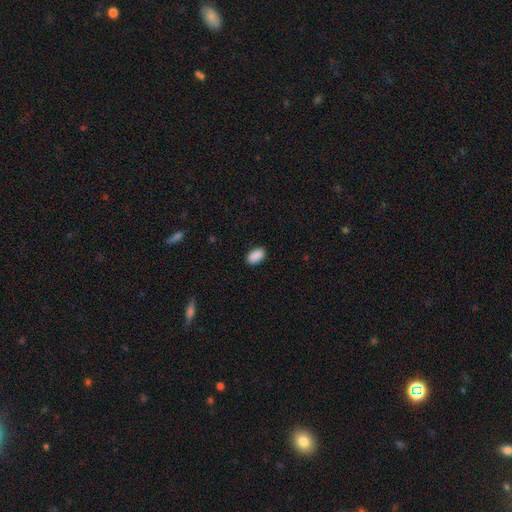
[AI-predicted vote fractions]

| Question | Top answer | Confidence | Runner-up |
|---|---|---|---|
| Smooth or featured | smooth | 90% | star or artifact (7%) |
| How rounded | in between | 92% | round (6%) |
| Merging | none | 89% | minor disturbance (8%) |